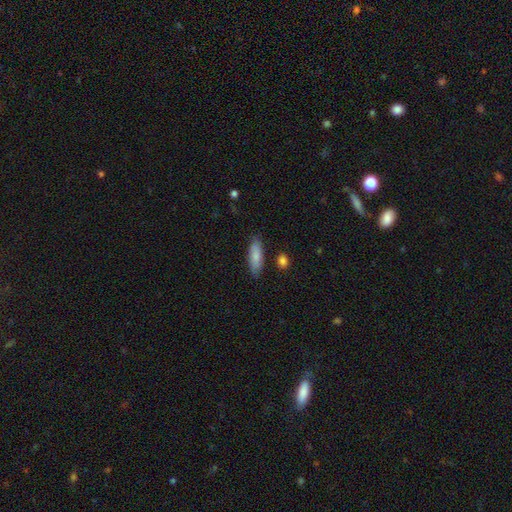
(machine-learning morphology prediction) Smooth or featured? smooth (79%)
How rounded? in between (62%)
Merging? none (82%)